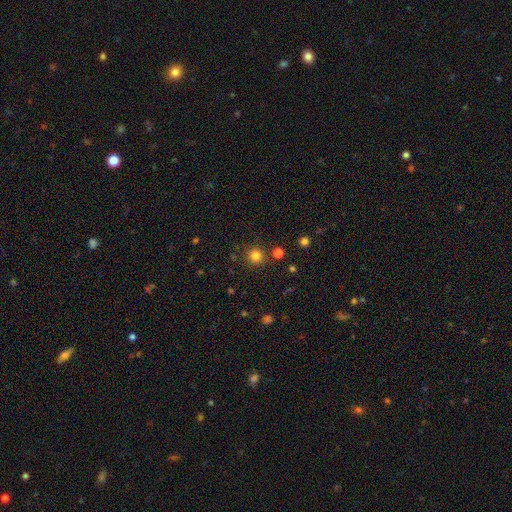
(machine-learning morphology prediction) The model was most divided on "smooth or featured": smooth: 81%, star or artifact: 15%, featured or disk: 5%. More confident: how rounded — round (93%); merging — none (86%).